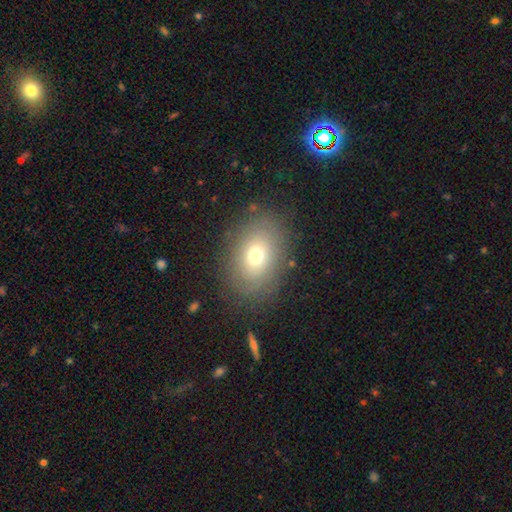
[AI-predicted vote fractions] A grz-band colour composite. It shows a smooth galaxy with no disk features (67%) that is in between round and cigar-shaped (70%). Merging: none (82%).